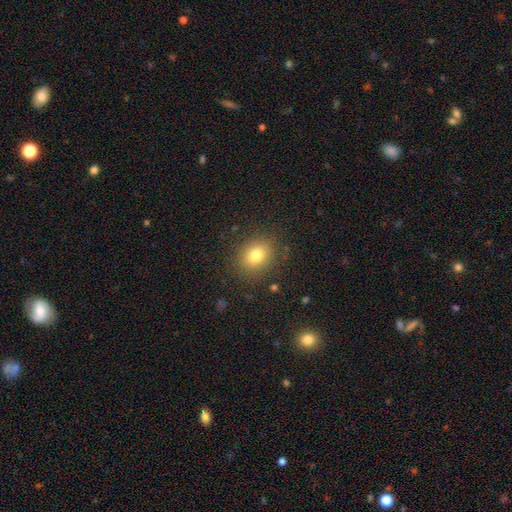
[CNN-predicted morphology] smooth 79%, star or artifact 12%, featured or disk 10%. Down the decision tree: how rounded — round (54%); merging — none (85%).